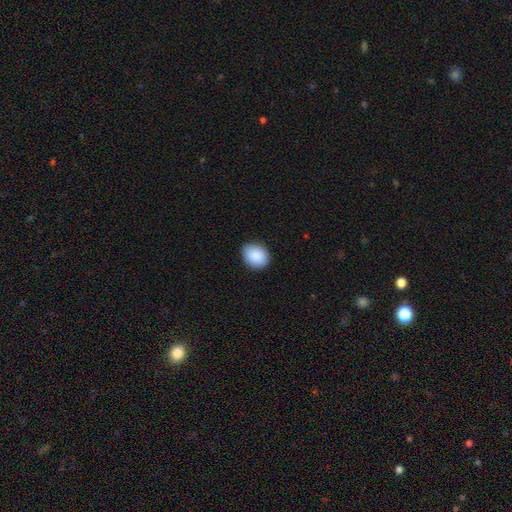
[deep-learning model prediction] A smooth galaxy with no disk features (89%) that is in between round and cigar-shaped (54%).

Vote fractions:
- Smooth or featured? smooth: 89% / star or artifact: 7% / featured or disk: 4%
- How rounded? in between: 54% / round: 45% / cigar-shaped: 1%
- Merging? none: 87% / minor disturbance: 11% / major disturbance: 2% / merger: 1%